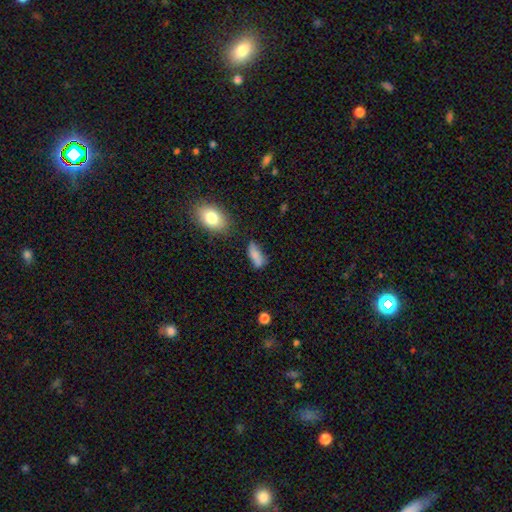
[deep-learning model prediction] This is likely a smooth galaxy (77%). How rounded: likely in between (70%). Merging: possibly none (51%).